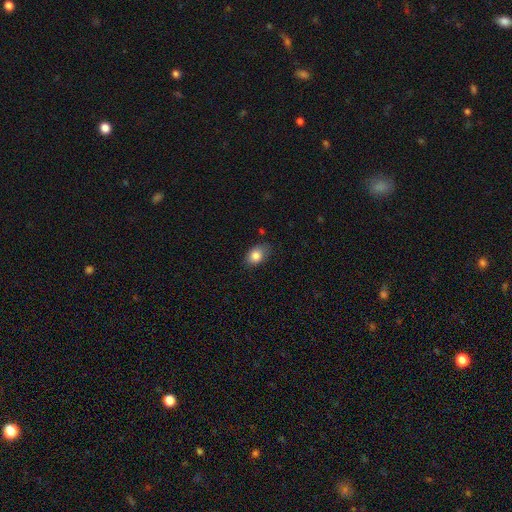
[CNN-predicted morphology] Overall: smooth (83%). How rounded: in between (82%). Merging: none (76%).